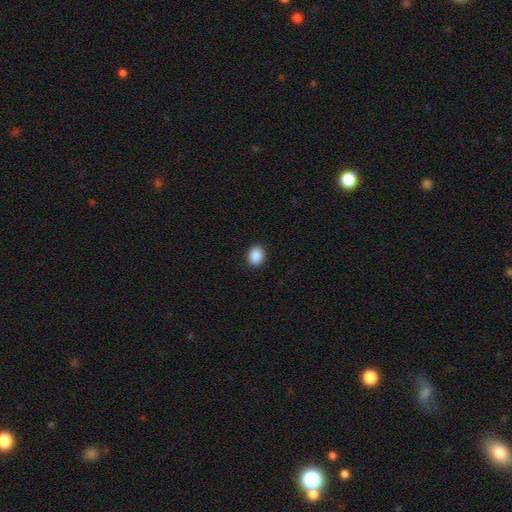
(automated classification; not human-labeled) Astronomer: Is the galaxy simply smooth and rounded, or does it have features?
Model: smooth — 89%.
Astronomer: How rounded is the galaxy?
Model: round — 50% (runner-up: in between, 49%).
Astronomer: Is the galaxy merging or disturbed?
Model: none — 91%.